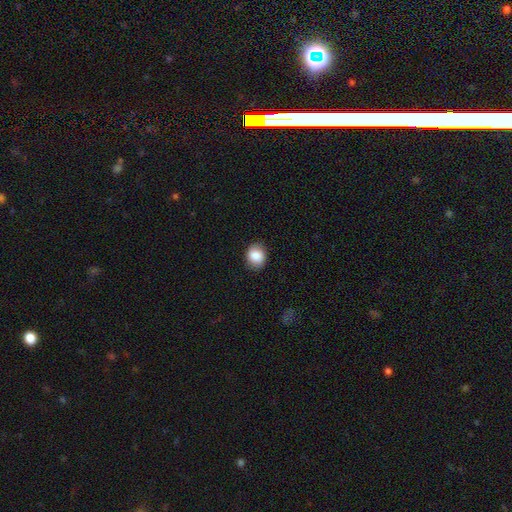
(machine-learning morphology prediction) smooth_or_featured: smooth (p=0.85) [alt: star or artifact p=0.08]
how_rounded: round (p=0.61) [alt: in between p=0.38]
merging: none (p=0.85) [alt: minor disturbance p=0.12]